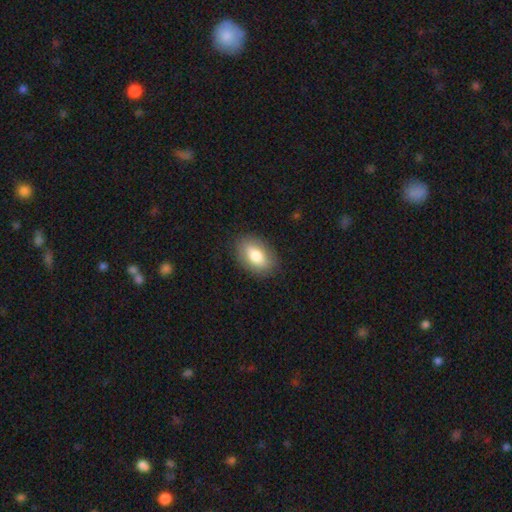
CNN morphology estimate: This appears to be a smooth galaxy with no disk features (78%) that is in between round and cigar-shaped (87%). Merging: none (85%).